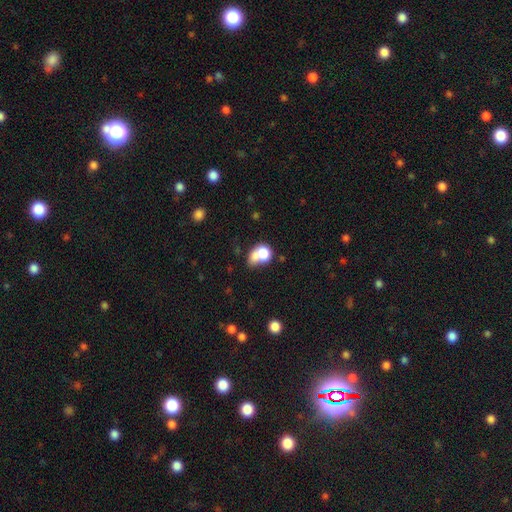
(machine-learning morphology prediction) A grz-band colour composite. It shows a smooth galaxy with no disk features (71%) that is in between round and cigar-shaped (50%). Merging: merger (54%).